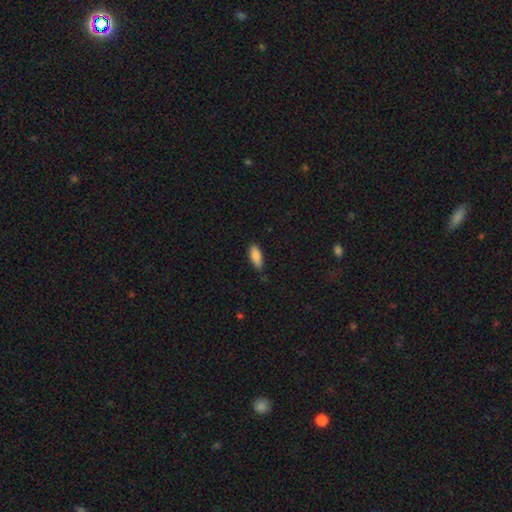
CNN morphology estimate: smooth-or-featured: smooth: 86% | featured or disk: 8% | star or artifact: 7%
  how-rounded: in between: 82% | cigar-shaped: 16% | round: 2%
  merging: none: 80% | minor disturbance: 17% | major disturbance: 2% | merger: 1%